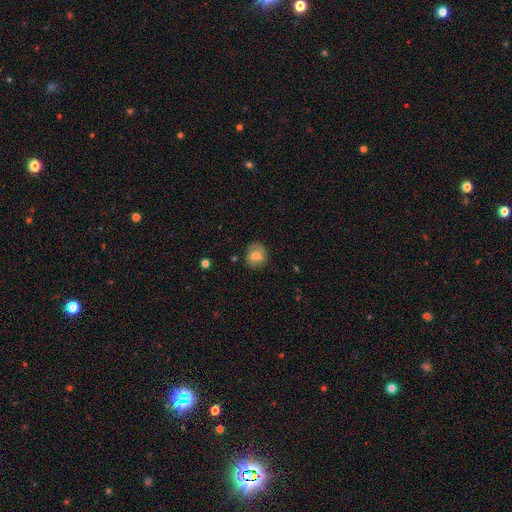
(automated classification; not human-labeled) Smooth or featured? smooth (58%)
How rounded? round (79%)
Merging? none (75%)